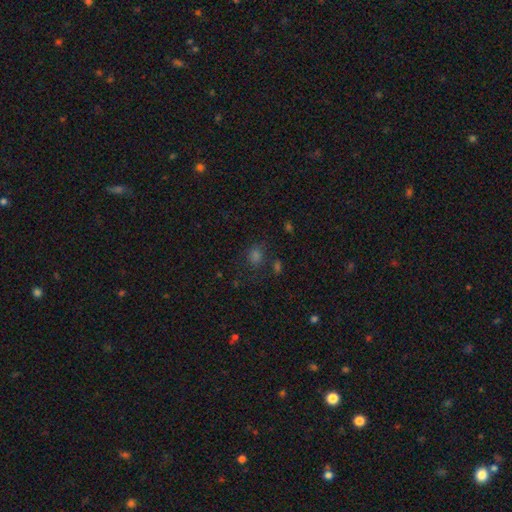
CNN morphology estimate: Smooth or featured?
  - smooth: 58% *
  - star or artifact: 34%
  - featured or disk: 8%
How rounded?
  - round: 63% *
  - in between: 36%
  - cigar-shaped: 1%
Merging?
  - none: 71% *
  - minor disturbance: 15%
  - major disturbance: 8%
  - merger: 7%